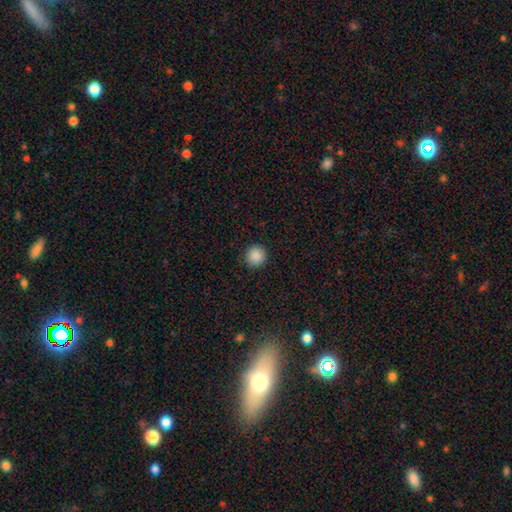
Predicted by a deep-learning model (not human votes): Smooth or featured? smooth (88%)
How rounded? round (93%)
Merging? none (92%)